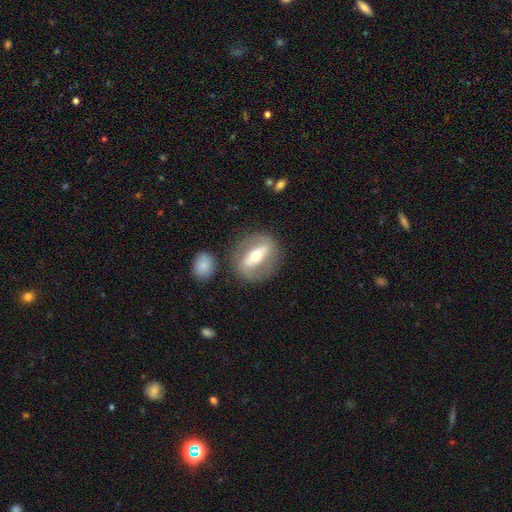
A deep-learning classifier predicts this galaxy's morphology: smooth-or-featured: featured or disk: 62% | smooth: 32% | star or artifact: 6%
  disk-edge-on: no: 78% | yes: 22%
  merging: none: 78% | minor disturbance: 11% | major disturbance: 5% | merger: 5%